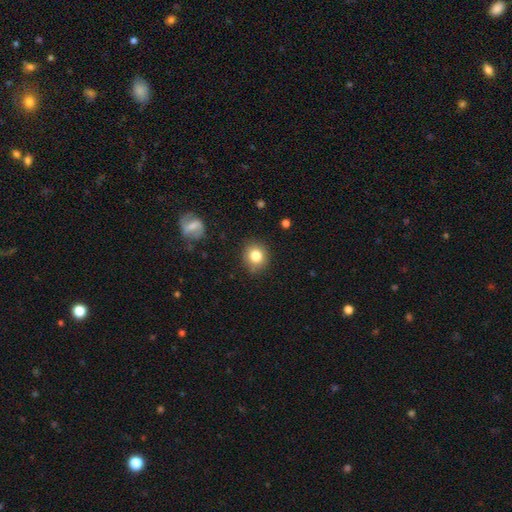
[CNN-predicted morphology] This is clearly a smooth galaxy (81%). How rounded: clearly round (81%). Merging: clearly none (84%).